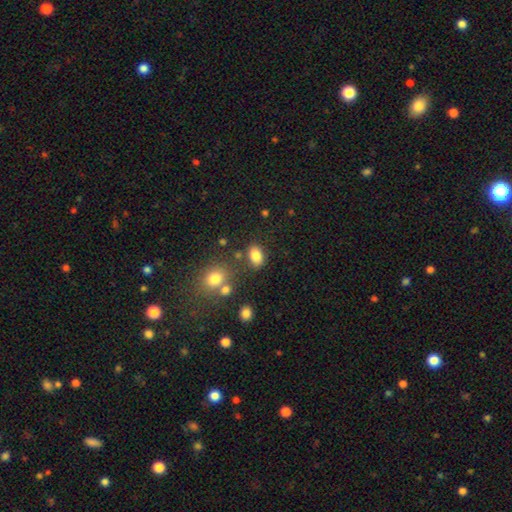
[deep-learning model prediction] A smooth galaxy with no disk features (83%) that is in between round and cigar-shaped (84%).

Vote fractions:
- Smooth or featured? smooth: 83% / star or artifact: 10% / featured or disk: 6%
- How rounded? in between: 84% / round: 15% / cigar-shaped: 2%
- Merging? none: 74% / minor disturbance: 13% / merger: 8% / major disturbance: 5%